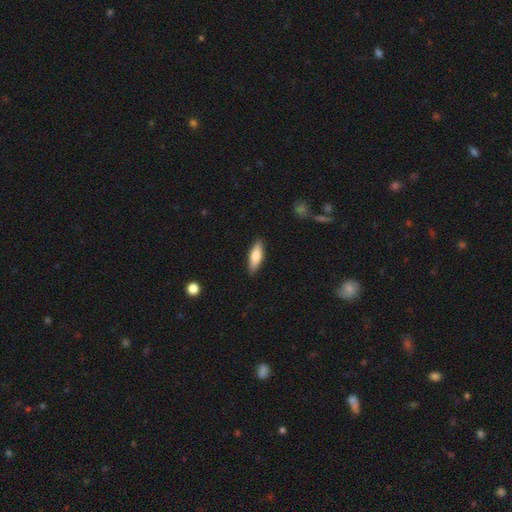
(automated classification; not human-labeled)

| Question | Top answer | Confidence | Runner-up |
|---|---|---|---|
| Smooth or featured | smooth | 72% | featured or disk (22%) |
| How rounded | in between | 53% | cigar-shaped (45%) |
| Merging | none | 88% | minor disturbance (9%) |